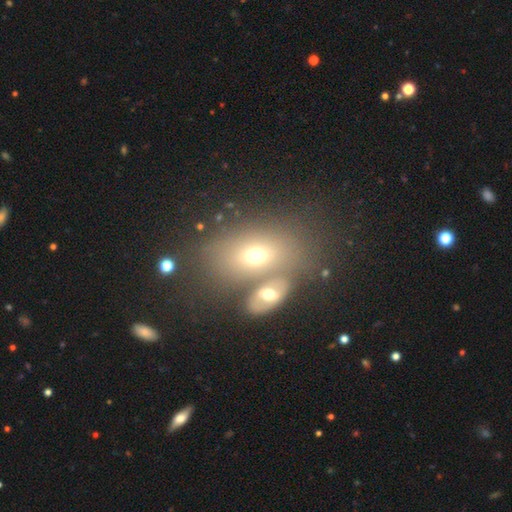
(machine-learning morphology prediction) Overall: smooth (59%; featured or disk 26%). How rounded: in between (76%). Merging: none (45%; merger 37%).